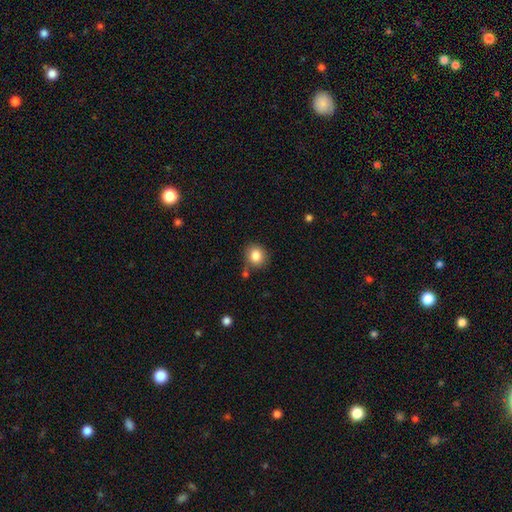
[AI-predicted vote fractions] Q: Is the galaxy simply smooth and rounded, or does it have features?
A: smooth — 84%.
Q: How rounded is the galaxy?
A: round — 77%.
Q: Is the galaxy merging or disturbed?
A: none — 76%.